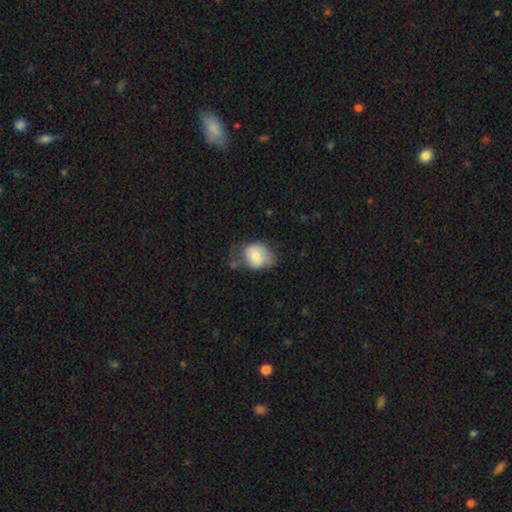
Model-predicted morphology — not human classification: Smooth or featured? Predicted: smooth (p=0.70). How rounded? Predicted: round (p=0.53). Merging? Predicted: none (p=0.43).